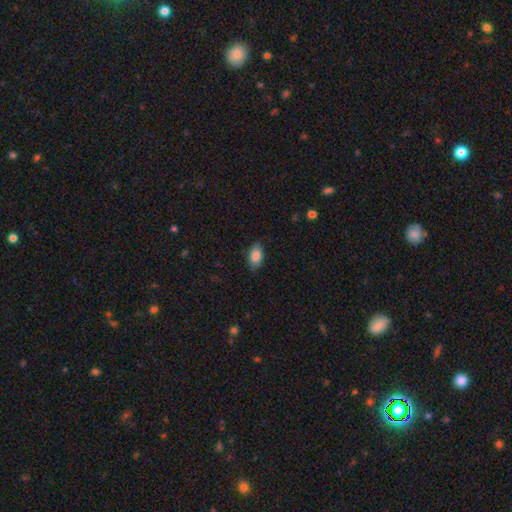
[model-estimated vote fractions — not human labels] smooth_or_featured: smooth (p=0.86) [alt: star or artifact p=0.07]
how_rounded: in between (p=0.91) [alt: round p=0.06]
merging: none (p=0.84) [alt: minor disturbance p=0.12]